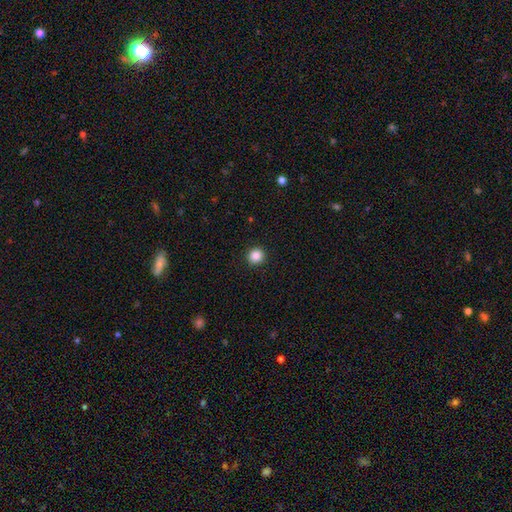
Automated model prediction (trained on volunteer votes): Smooth or featured? Predicted: smooth (p=0.86). How rounded? Predicted: round (p=0.93). Merging? Predicted: none (p=0.93).